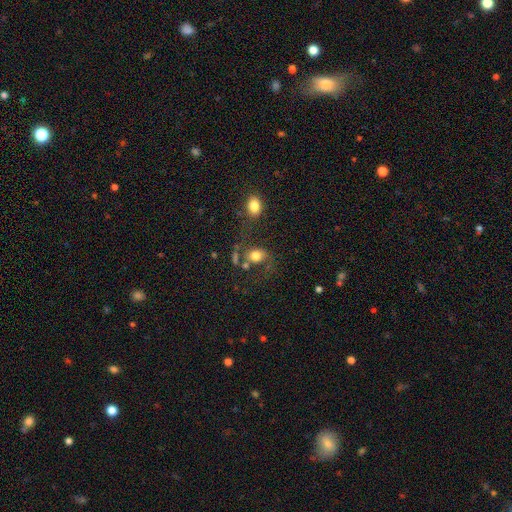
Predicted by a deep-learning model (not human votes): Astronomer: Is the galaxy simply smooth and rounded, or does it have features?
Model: smooth — 67%.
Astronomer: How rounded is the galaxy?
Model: round — 52% (runner-up: in between, 46%).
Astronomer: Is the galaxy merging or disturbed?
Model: none — 46%.